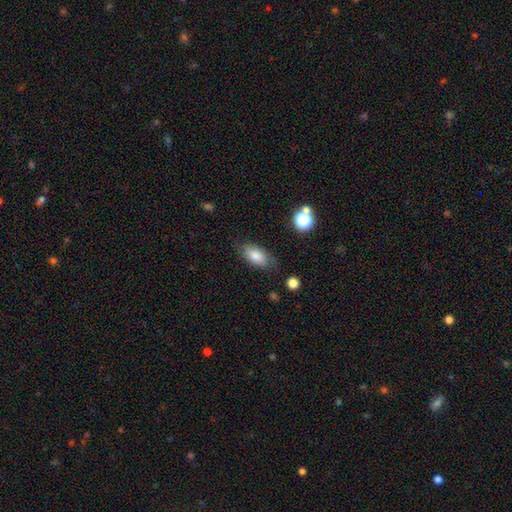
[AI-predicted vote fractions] smooth-or-featured: smooth: 81% | featured or disk: 11% | star or artifact: 8%
  how-rounded: in between: 89% | cigar-shaped: 6% | round: 4%
  merging: none: 77% | minor disturbance: 16% | major disturbance: 4% | merger: 2%